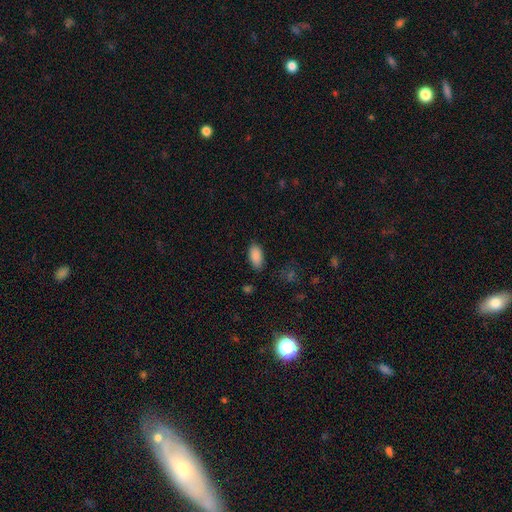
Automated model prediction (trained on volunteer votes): Q: Smooth or featured?
A: smooth (89%); runner-up: star or artifact (8%)
Q: How rounded?
A: in between (93%); runner-up: cigar-shaped (4%)
Q: Merging?
A: none (82%); runner-up: minor disturbance (13%)